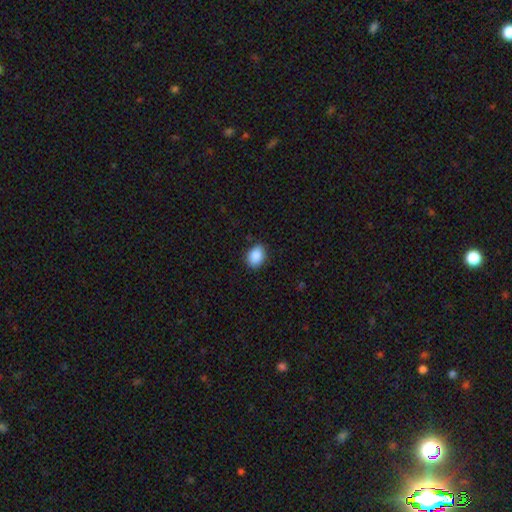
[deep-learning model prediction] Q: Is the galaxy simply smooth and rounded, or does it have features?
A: smooth — 89%.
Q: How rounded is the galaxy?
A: in between — 69%.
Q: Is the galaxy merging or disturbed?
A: none — 84%.